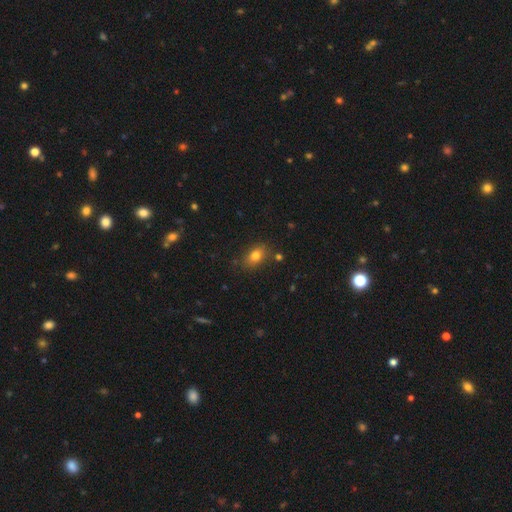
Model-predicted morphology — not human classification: type=smooth (78%); roundness=in between (76%); merging=none (80%).